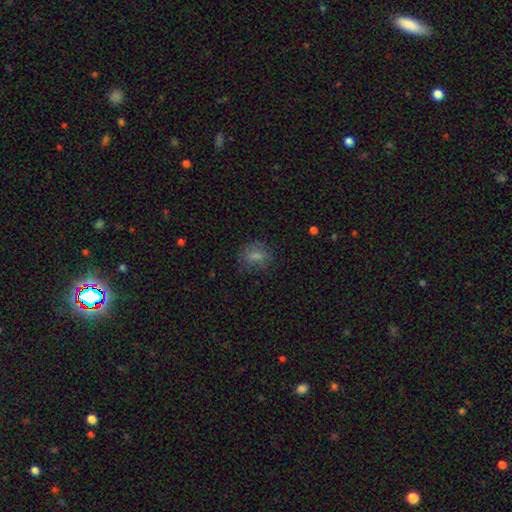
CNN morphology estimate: Smooth or featured?
  - smooth: 75% *
  - featured or disk: 14%
  - star or artifact: 11%
How rounded?
  - round: 50% *
  - in between: 48%
  - cigar-shaped: 2%
Merging?
  - none: 71% *
  - minor disturbance: 19%
  - major disturbance: 9%
  - merger: 2%